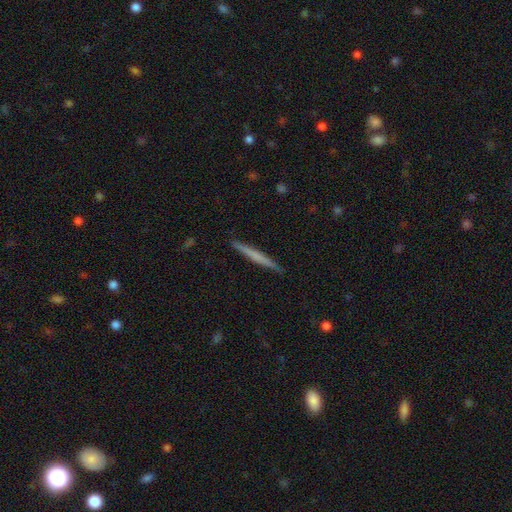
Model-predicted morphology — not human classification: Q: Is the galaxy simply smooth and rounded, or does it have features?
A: smooth — 52%.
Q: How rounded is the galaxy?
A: cigar-shaped — 97%.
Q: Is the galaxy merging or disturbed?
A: none — 91%.